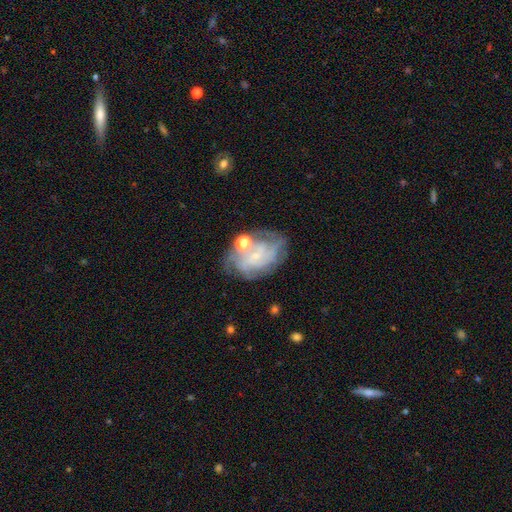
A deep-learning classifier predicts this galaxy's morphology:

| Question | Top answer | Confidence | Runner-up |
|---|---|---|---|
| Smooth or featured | featured or disk | 68% | smooth (19%) |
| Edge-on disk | no | 97% | yes (3%) |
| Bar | no | 65% | weak (28%) |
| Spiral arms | yes | 84% | no (16%) |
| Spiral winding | tight | 58% | medium (31%) |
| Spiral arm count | can't tell | 46% | 3 (16%) |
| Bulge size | small | 60% | none (19%) |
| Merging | none | 59% | minor disturbance (19%) |